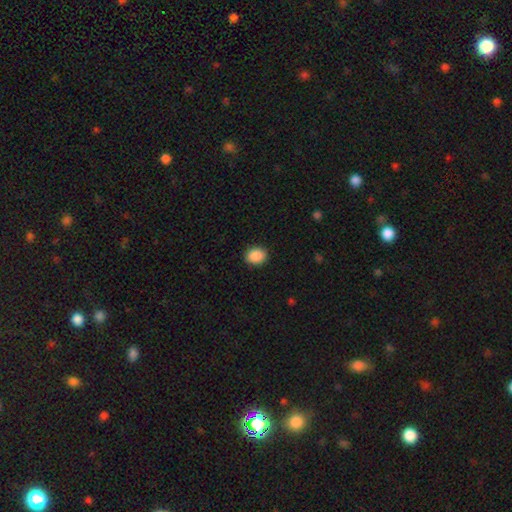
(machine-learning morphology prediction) smooth 90%, star or artifact 8%, featured or disk 2%. Down the decision tree: how rounded — round (50%); merging — none (90%).